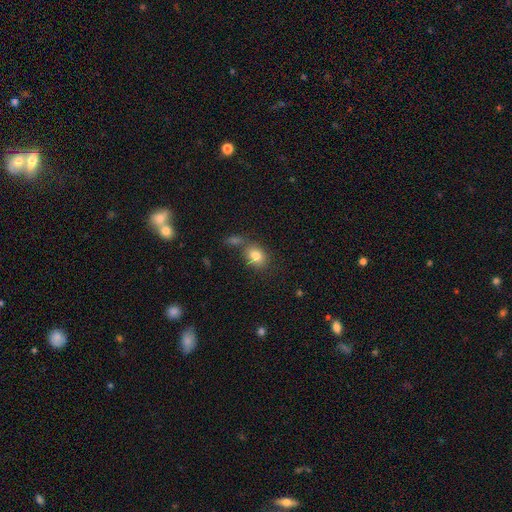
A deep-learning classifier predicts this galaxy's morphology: type=smooth (81%); roundness=in between (59%); merging=none (60%).